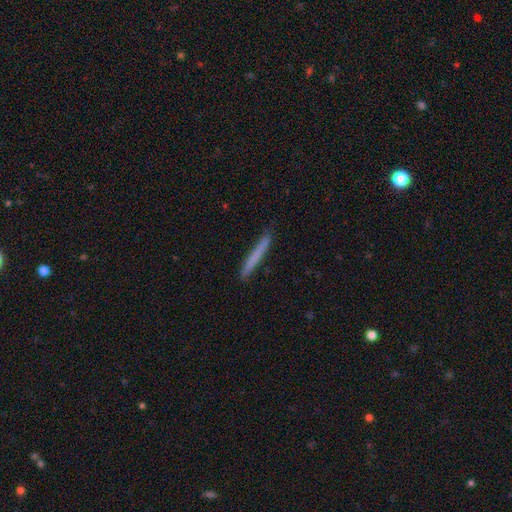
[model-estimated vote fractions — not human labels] smooth 70%, featured or disk 24%, star or artifact 6%. Down the decision tree: how rounded — cigar-shaped (97%); merging — none (90%).